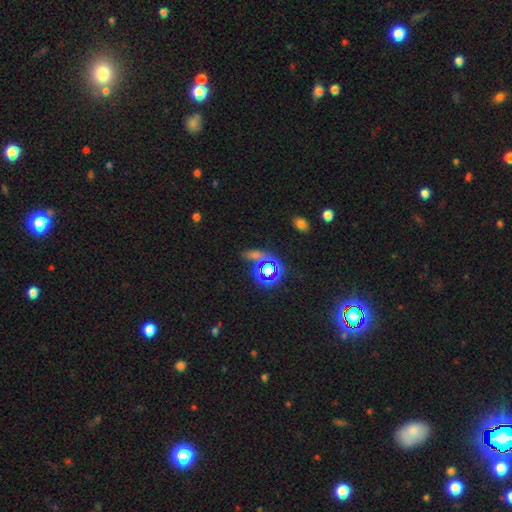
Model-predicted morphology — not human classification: This appears to be a star or artifact, not a galaxy (63%).